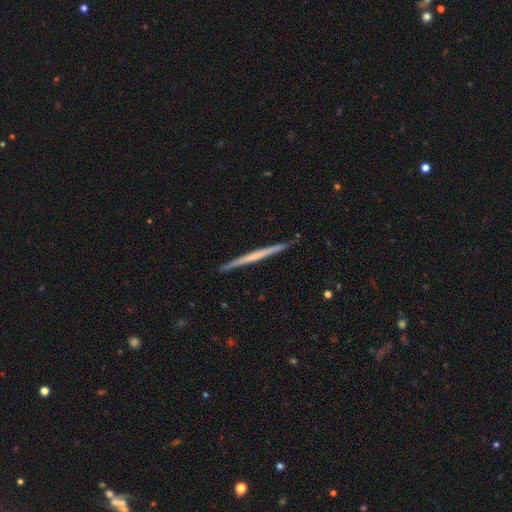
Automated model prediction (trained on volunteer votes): smooth_or_featured: featured or disk (p=0.59) [alt: smooth p=0.36]
disk_edge_on: yes (p=0.98) [alt: no p=0.02]
edge_on_bulge: none (p=0.85) [alt: rounded p=0.10]
merging: none (p=0.91) [alt: minor disturbance p=0.07]